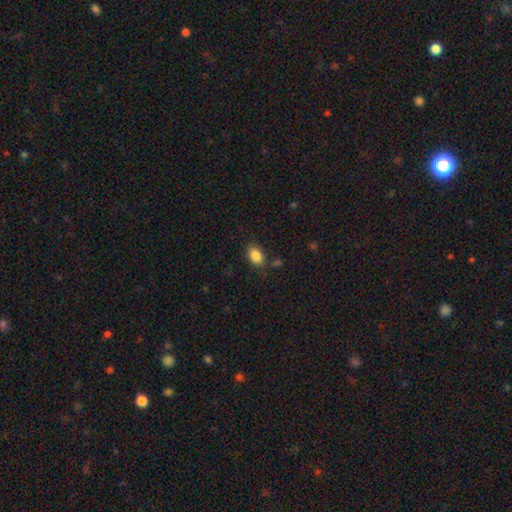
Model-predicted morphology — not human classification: type=smooth (87%); roundness=in between (85%); merging=none (79%).